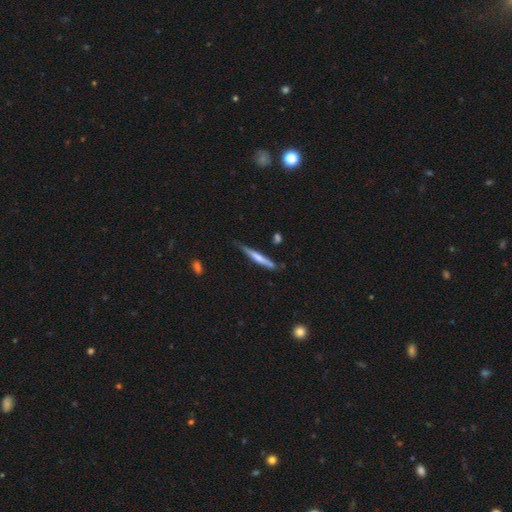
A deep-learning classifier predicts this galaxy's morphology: This appears to be a featured or disk galaxy (53%) viewed edge-on (96%) with a rounded central bulge (48%). Merging: none (76%).